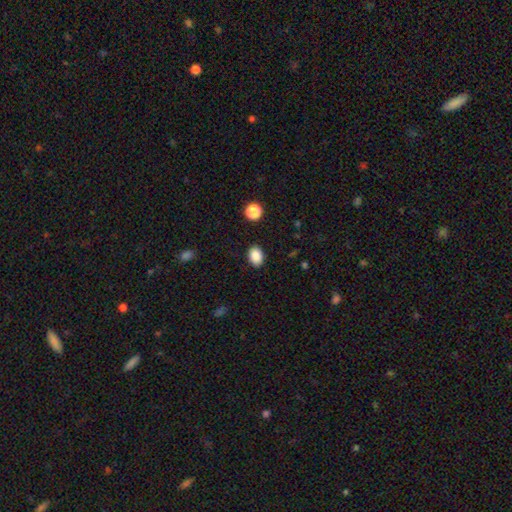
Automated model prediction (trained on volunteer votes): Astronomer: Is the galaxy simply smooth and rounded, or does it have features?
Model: smooth — 88%.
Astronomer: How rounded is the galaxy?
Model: in between — 75%.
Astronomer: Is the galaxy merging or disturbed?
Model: none — 88%.